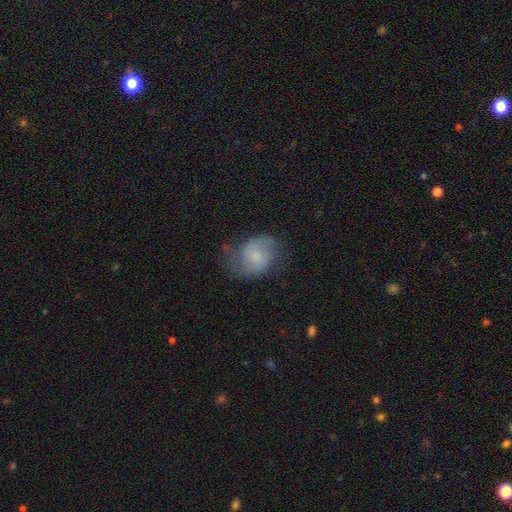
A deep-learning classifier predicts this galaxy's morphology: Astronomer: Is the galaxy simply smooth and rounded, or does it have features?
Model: featured or disk — 48% (runner-up: smooth, 43%).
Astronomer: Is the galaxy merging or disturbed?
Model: none — 52% (runner-up: minor disturbance, 29%).